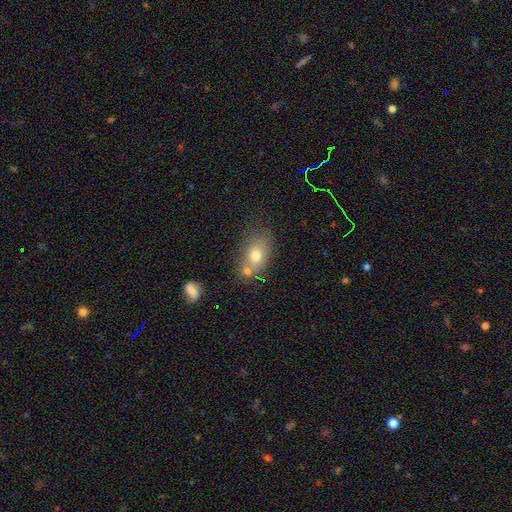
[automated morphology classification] The model was most divided on "merging": none: 45%, merger: 34%, minor disturbance: 16%, major disturbance: 5%. More confident: how rounded — in between (78%); smooth or featured — smooth (71%).